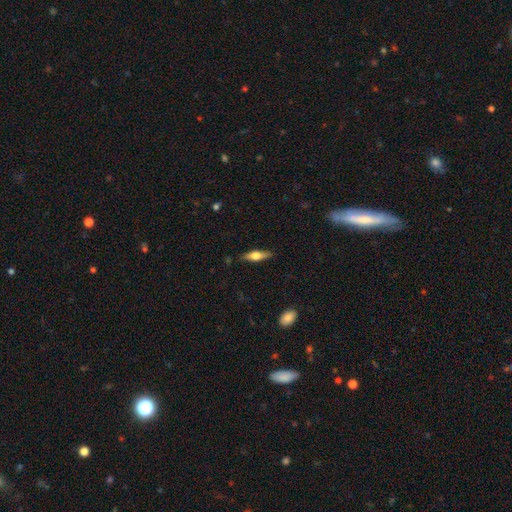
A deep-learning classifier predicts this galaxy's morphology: Smooth or featured? Predicted: featured or disk (p=0.49). Merging? Predicted: none (p=0.87).